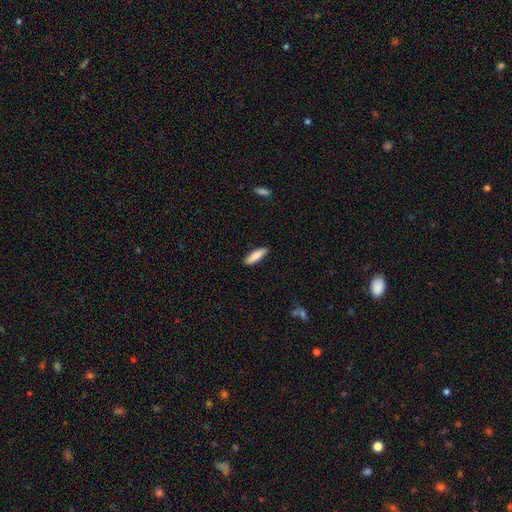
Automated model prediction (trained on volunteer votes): smooth_or_featured: smooth (p=0.82) [alt: featured or disk p=0.12]
how_rounded: cigar-shaped (p=0.56) [alt: in between p=0.42]
merging: none (p=0.89) [alt: minor disturbance p=0.08]